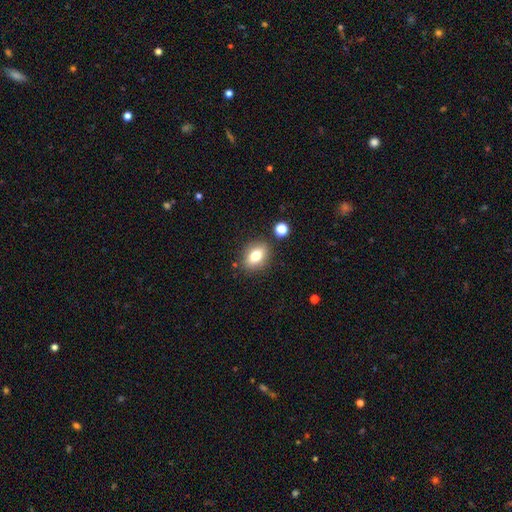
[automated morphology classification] The model was most divided on "how rounded": in between: 74%, round: 24%, cigar-shaped: 3%. More confident: merging — none (83%); smooth or featured — smooth (75%).